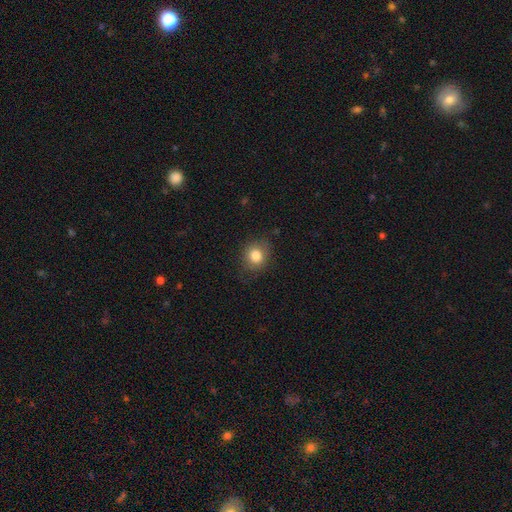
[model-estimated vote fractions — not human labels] Smooth or featured: smooth — 82% (star or artifact — 10%)
How rounded: round — 72% (in between — 27%)
Merging: none — 79% (minor disturbance — 16%)